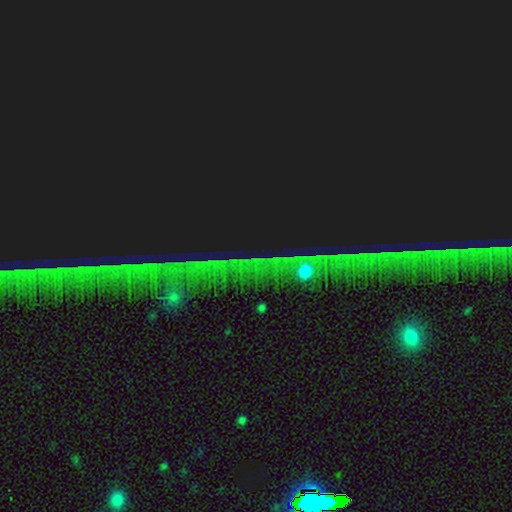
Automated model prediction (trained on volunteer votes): This appears to be a star or artifact, not a galaxy (83%).